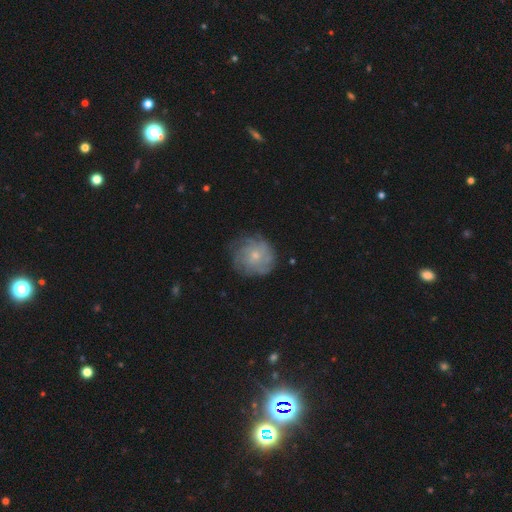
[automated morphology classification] A featured or disk galaxy (61%) with no bar (80%), spiral arms (84%) and a small central bulge (62%).

Vote fractions:
- Smooth or featured? featured or disk: 61% / smooth: 30% / star or artifact: 9%
- Edge-on disk? no: 97% / yes: 3%
- Bar? no: 80% / weak: 18% / strong: 2%
- Spiral arms? yes: 84% / no: 16%
- Bulge size? small: 62% / moderate: 33% / none: 3% / large: 2% / dominant: 1%
- Merging? none: 75% / minor disturbance: 17% / major disturbance: 7% / merger: 1%